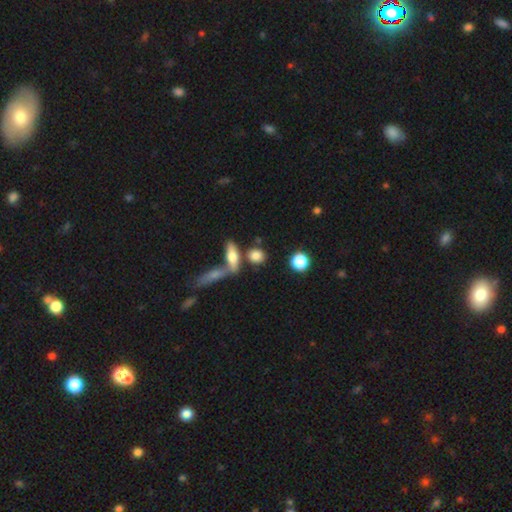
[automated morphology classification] type=smooth (80%); roundness=round (57%); merging=none (63%).